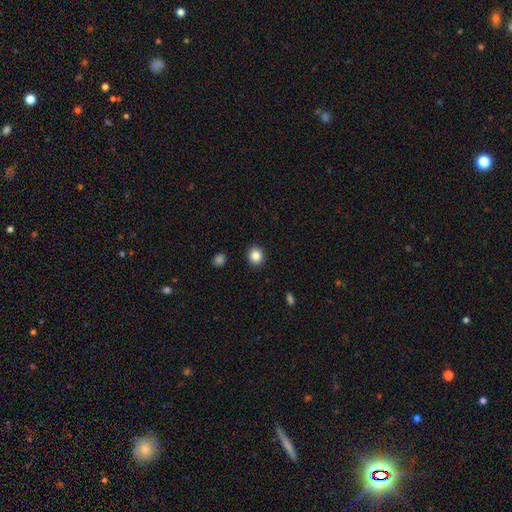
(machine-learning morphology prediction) A smooth galaxy with no disk features (85%) that is round (84%). Merging: none (91%).